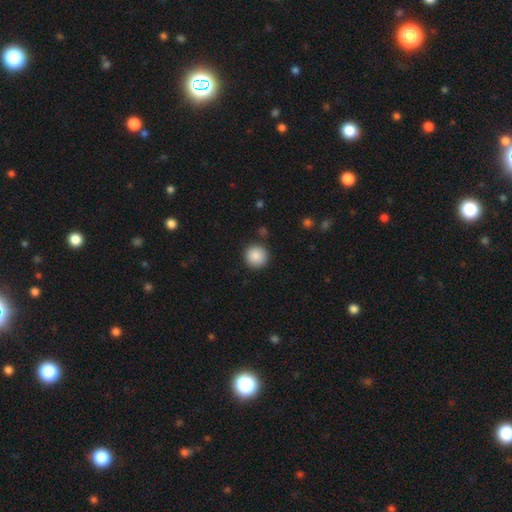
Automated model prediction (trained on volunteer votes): This appears to be a smooth galaxy with no disk features (88%) that is round (95%). Merging: none (90%).